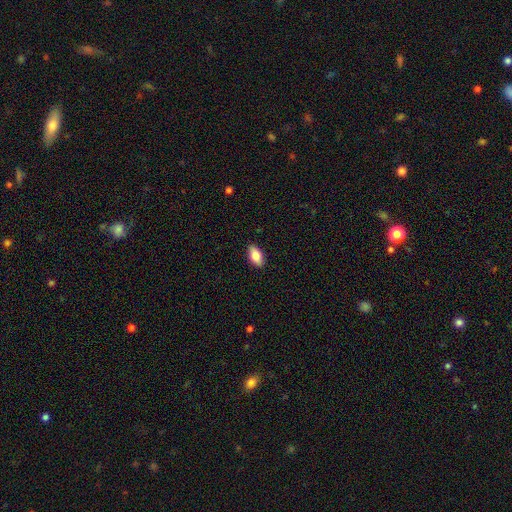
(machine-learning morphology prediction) Overall: smooth (79%). How rounded: in between (90%). Merging: none (89%).